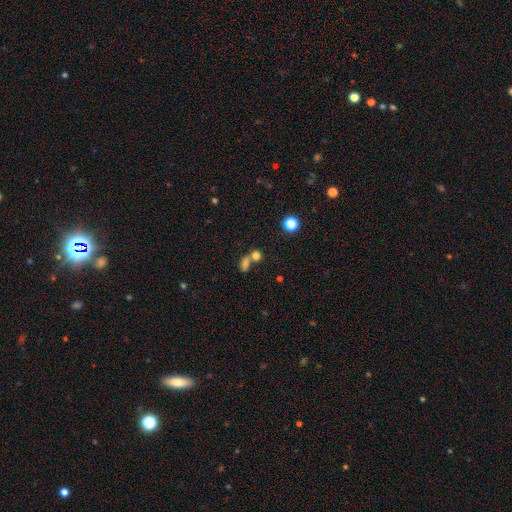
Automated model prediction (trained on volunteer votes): smooth_or_featured: smooth (p=0.74) [alt: star or artifact p=0.16]
how_rounded: round (p=0.64) [alt: in between p=0.34]
merging: merger (p=0.55) [alt: none p=0.34]